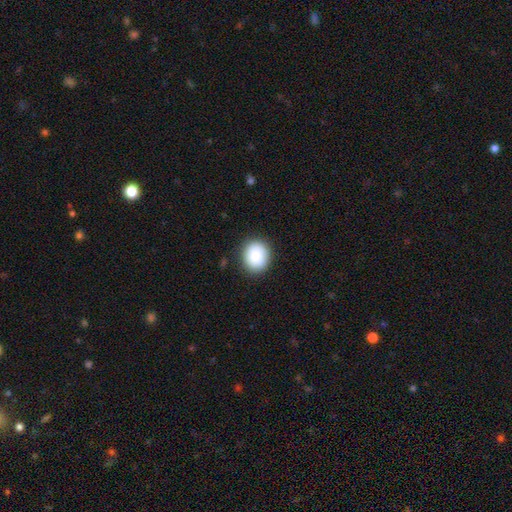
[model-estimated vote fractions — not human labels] A smooth galaxy with no disk features (88%) that is round (72%).

Vote fractions:
- Smooth or featured? smooth: 88% / star or artifact: 7% / featured or disk: 5%
- How rounded? round: 72% / in between: 28% / cigar-shaped: 1%
- Merging? none: 88% / minor disturbance: 8% / major disturbance: 2% / merger: 1%